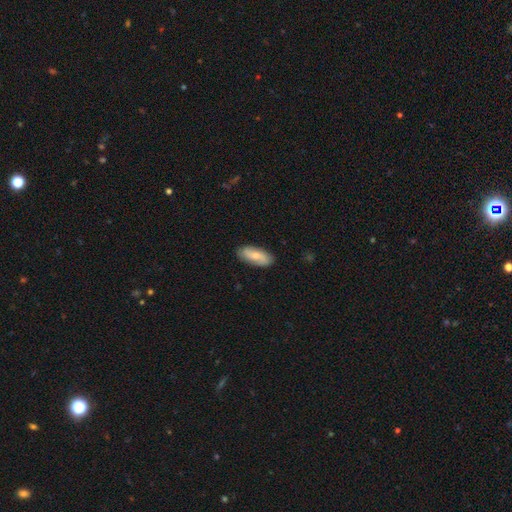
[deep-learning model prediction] smooth-or-featured: smooth: 63% | featured or disk: 31% | star or artifact: 6%
  how-rounded: in between: 79% | cigar-shaped: 19% | round: 3%
  merging: none: 86% | minor disturbance: 11% | major disturbance: 2% | merger: 1%